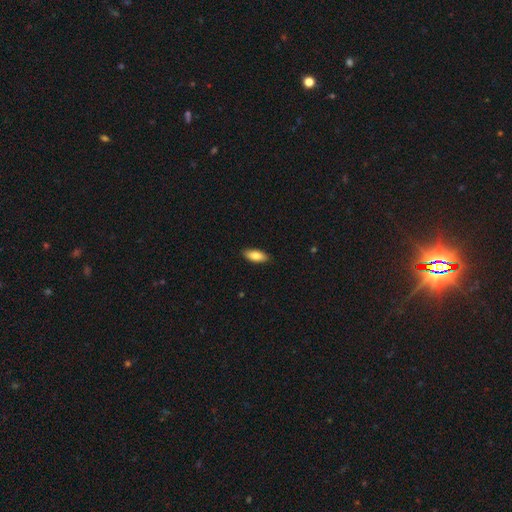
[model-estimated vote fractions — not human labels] Overall: smooth (83%). How rounded: in between (83%). Merging: none (89%).